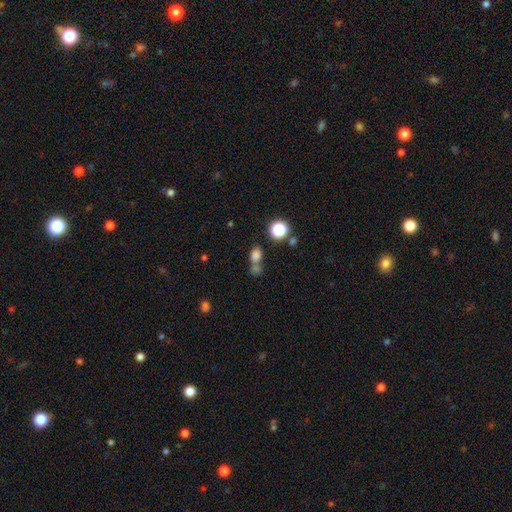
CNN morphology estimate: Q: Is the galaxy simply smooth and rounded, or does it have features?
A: smooth — 76%.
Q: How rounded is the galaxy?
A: in between — 54%.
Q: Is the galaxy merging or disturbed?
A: none — 45%.